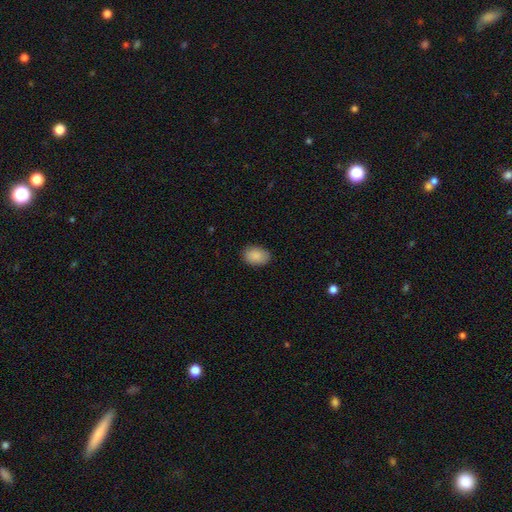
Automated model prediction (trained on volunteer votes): smooth-or-featured: smooth: 89% | star or artifact: 7% | featured or disk: 4%
  how-rounded: in between: 83% | round: 16% | cigar-shaped: 1%
  merging: none: 86% | minor disturbance: 10% | major disturbance: 2% | merger: 1%